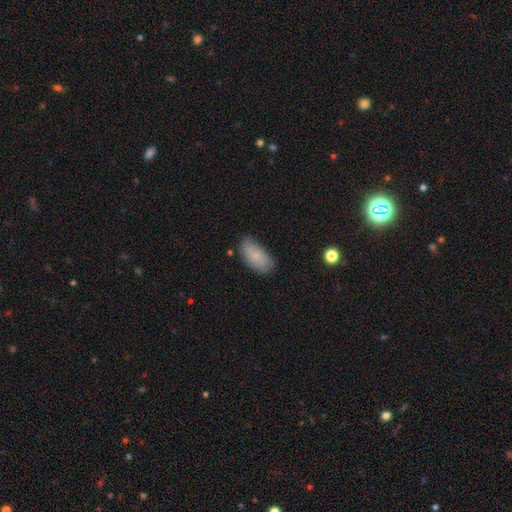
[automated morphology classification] Smooth or featured? smooth (78%)
How rounded? in between (92%)
Merging? none (70%)